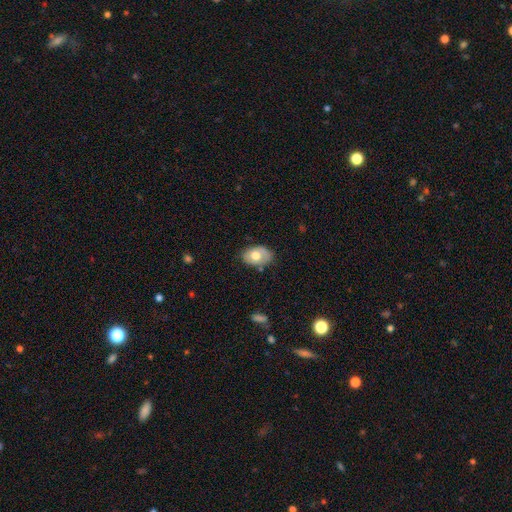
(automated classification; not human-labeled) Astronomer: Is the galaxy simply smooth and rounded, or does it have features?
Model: smooth — 63%.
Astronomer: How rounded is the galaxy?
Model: in between — 82%.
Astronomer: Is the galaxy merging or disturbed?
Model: none — 74%.